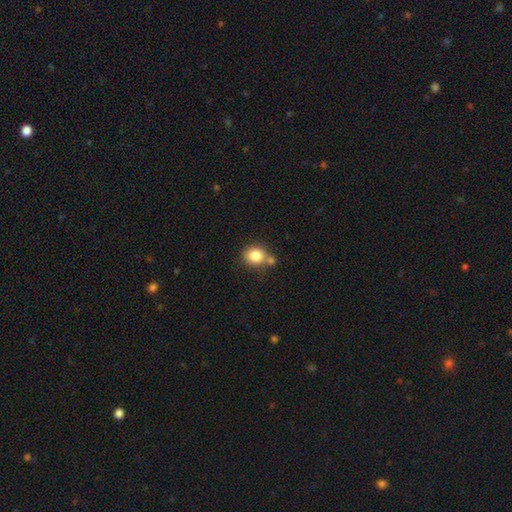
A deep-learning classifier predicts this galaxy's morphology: The model was most divided on "merging": none: 57%, merger: 26%, minor disturbance: 13%, major disturbance: 4%. More confident: smooth or featured — smooth (83%); how rounded — round (72%).